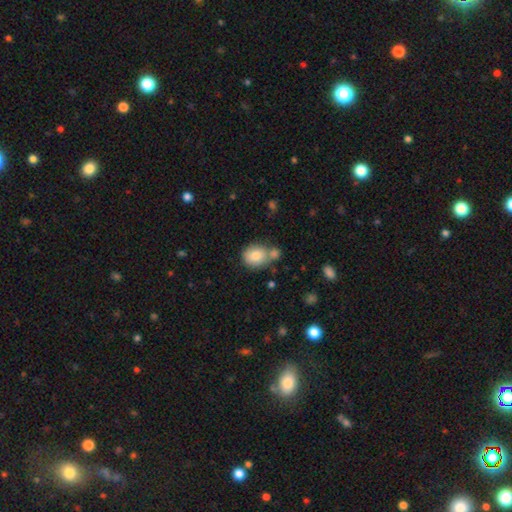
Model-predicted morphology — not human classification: This appears to be a smooth galaxy with no disk features (81%) that is round (63%). Merging: none (53%).